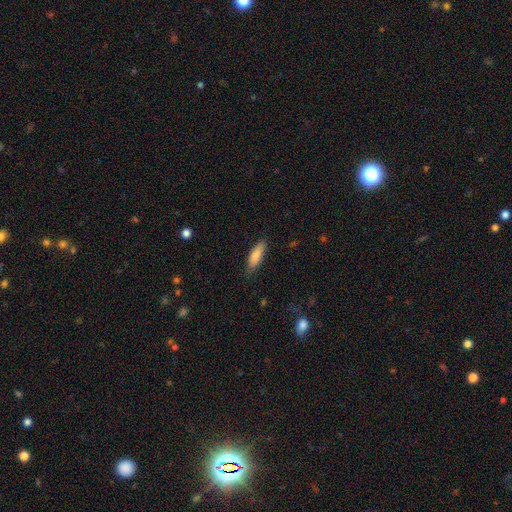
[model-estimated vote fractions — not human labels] Smooth or featured? smooth (84%)
How rounded? in between (51%)
Merging? none (77%)